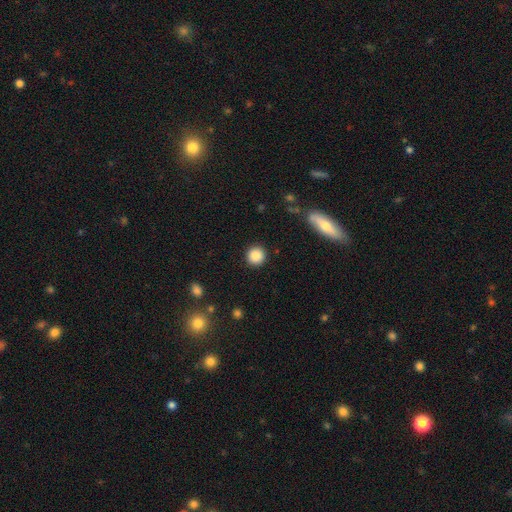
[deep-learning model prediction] Smooth or featured?
  - smooth: 87% *
  - star or artifact: 9%
  - featured or disk: 4%
How rounded?
  - round: 93% *
  - in between: 5%
  - cigar-shaped: 1%
Merging?
  - none: 91% *
  - minor disturbance: 5%
  - major disturbance: 2%
  - merger: 1%